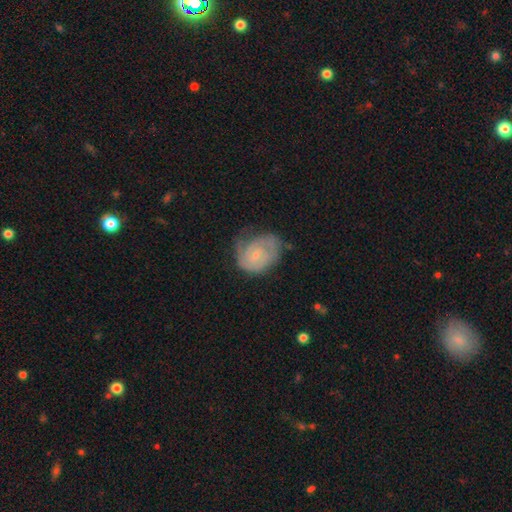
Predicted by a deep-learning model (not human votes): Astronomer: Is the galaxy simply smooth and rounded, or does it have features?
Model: featured or disk — 65%.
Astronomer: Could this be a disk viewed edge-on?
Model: no — 98%.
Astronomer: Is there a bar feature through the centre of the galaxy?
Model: no — 62%.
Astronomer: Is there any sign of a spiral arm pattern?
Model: yes — 84%.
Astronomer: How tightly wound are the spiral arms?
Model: tight — 58%.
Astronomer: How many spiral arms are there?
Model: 2 — 38% (runner-up: can't tell, 33%).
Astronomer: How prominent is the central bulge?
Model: small — 70%.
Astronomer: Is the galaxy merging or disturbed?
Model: none — 45% (runner-up: minor disturbance, 32%).